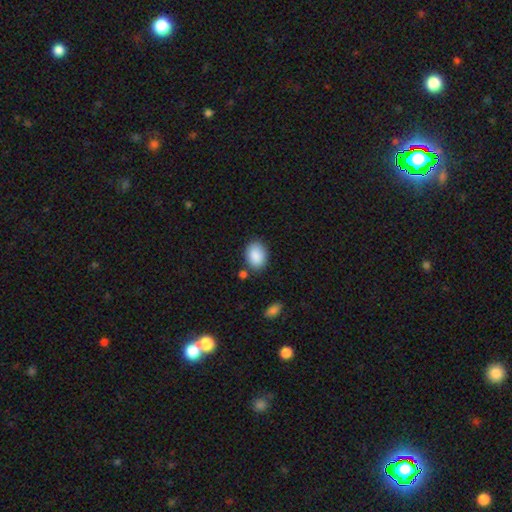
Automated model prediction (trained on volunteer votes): A smooth galaxy with no disk features (89%) that is in between round and cigar-shaped (81%).

Vote fractions:
- Smooth or featured? smooth: 89% / star or artifact: 7% / featured or disk: 4%
- How rounded? in between: 81% / round: 18% / cigar-shaped: 1%
- Merging? none: 78% / minor disturbance: 14% / merger: 5% / major disturbance: 3%